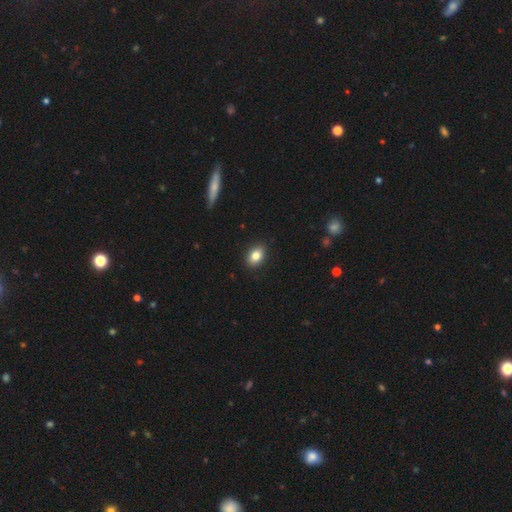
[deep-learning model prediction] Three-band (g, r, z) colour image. It shows a smooth galaxy with no disk features (83%) that is in between round and cigar-shaped (80%). Merging: none (90%).